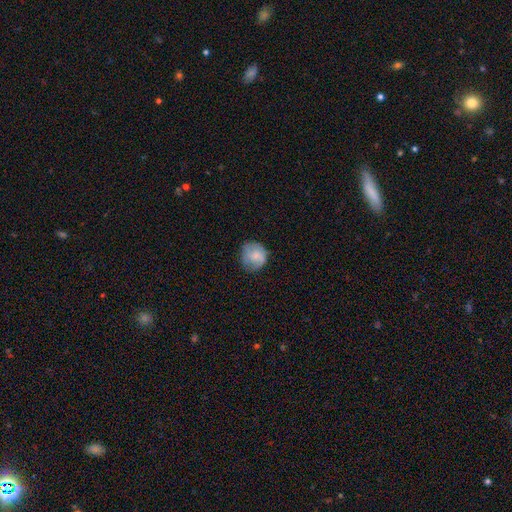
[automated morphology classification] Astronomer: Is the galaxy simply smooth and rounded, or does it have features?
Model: smooth — 73%.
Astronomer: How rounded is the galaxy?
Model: round — 84%.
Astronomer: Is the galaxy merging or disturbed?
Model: none — 65%.